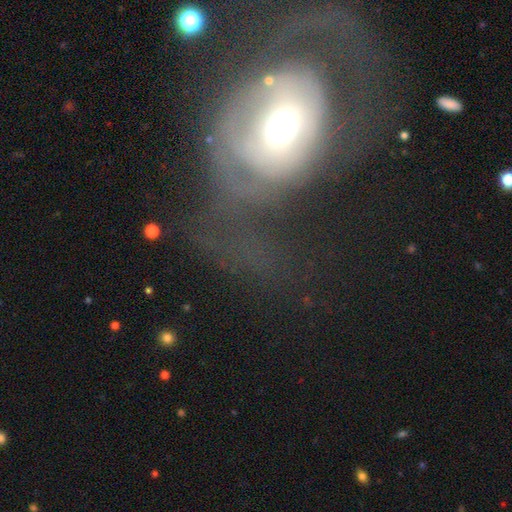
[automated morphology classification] This appears to be a featured or disk galaxy (56%) with no bar (75%), no spiral arms (58%) and a moderate central bulge (60%). Merging: major disturbance (44%).